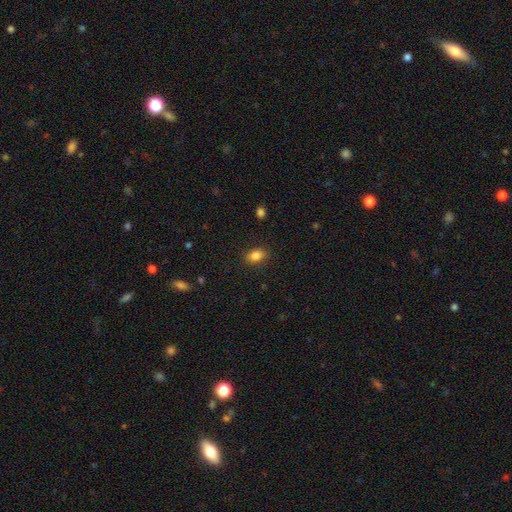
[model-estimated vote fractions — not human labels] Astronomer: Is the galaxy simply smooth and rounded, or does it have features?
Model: smooth — 85%.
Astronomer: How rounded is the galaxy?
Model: in between — 84%.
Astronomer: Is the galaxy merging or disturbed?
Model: none — 86%.